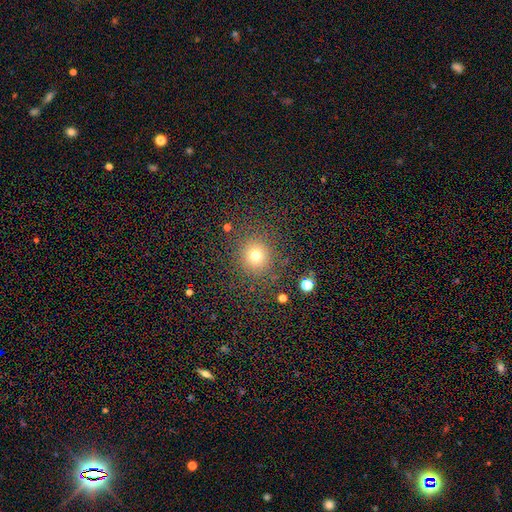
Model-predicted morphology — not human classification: A smooth galaxy with no disk features (72%) that is round (89%). Merging: none (85%).